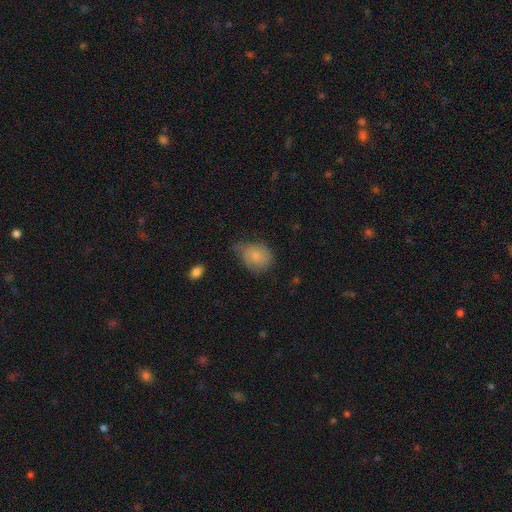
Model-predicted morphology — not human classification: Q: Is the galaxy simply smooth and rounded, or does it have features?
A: smooth — 76%.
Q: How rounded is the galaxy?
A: in between — 52%.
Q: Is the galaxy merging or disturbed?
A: minor disturbance — 42%.